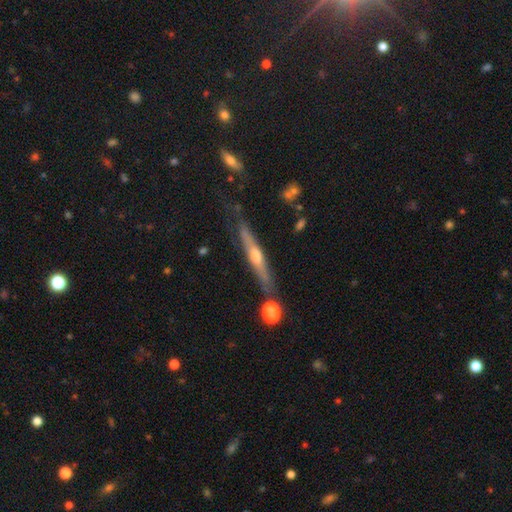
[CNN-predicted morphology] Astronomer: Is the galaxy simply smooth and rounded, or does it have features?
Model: featured or disk — 66%.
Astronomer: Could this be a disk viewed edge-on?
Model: yes — 94%.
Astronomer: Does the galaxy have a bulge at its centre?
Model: rounded — 78%.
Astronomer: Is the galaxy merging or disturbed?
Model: none — 74%.